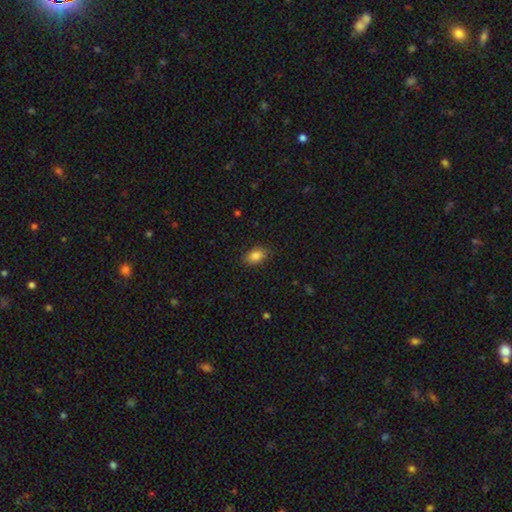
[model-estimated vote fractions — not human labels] This appears to be a smooth galaxy with no disk features (85%) that is in between round and cigar-shaped (82%). Merging: none (84%).